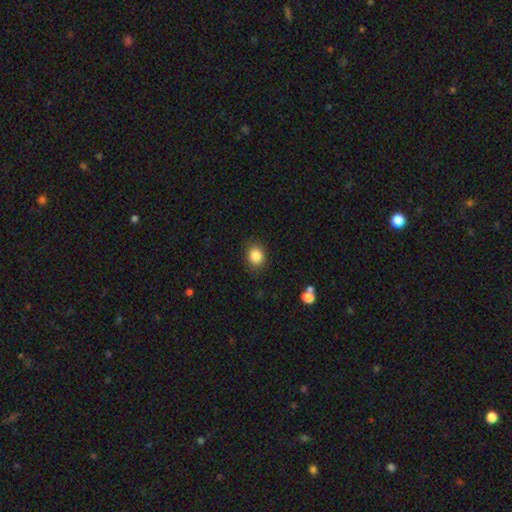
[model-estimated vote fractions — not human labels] This is clearly a smooth galaxy (85%). How rounded: possibly round (60%). Merging: clearly none (84%).